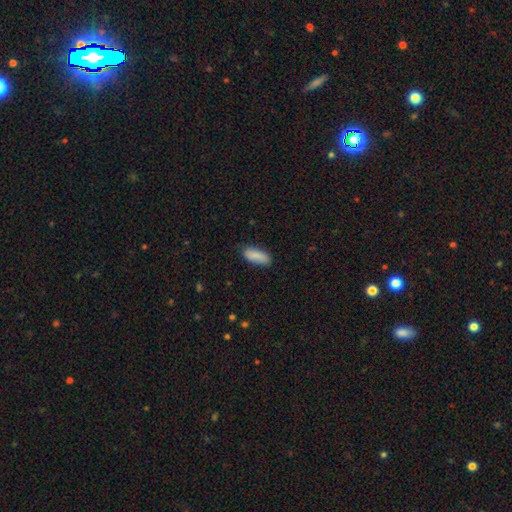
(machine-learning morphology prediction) This appears to be a smooth galaxy with no disk features (88%) that is in between round and cigar-shaped (75%). Merging: none (81%).